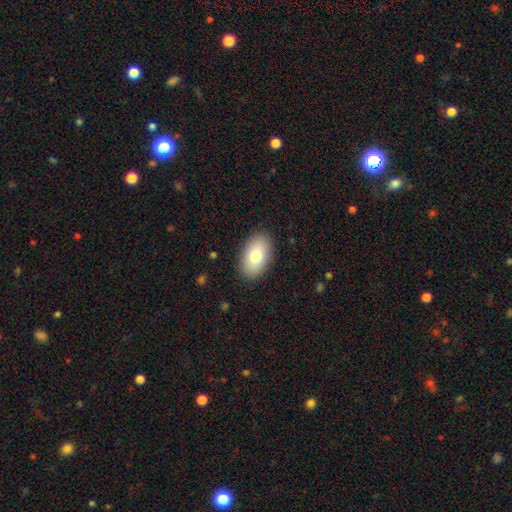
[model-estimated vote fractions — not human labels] Smooth or featured: smooth — 79% (featured or disk — 14%)
How rounded: in between — 93% (round — 5%)
Merging: none — 89% (minor disturbance — 8%)